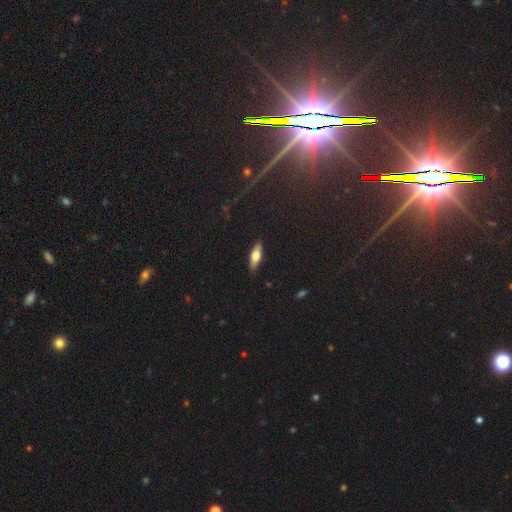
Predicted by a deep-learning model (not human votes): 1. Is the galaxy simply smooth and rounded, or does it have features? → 57% smooth, 37% featured or disk, 7% star or artifact.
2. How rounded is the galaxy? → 49% in between, 48% cigar-shaped, 3% round.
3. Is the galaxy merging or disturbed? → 87% none, 10% minor disturbance, 2% major disturbance, 1% merger.